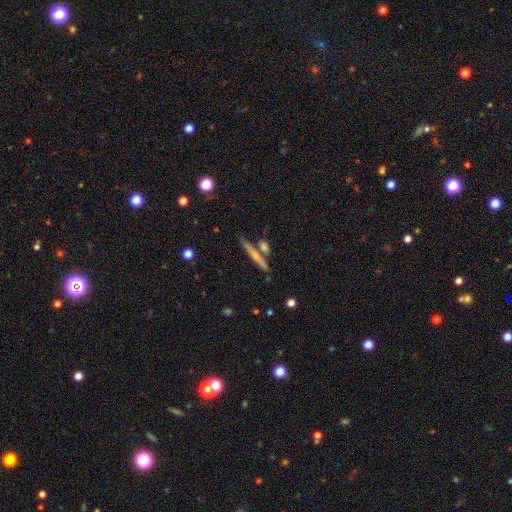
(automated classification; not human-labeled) The model was most divided on "smooth or featured": smooth: 55%, featured or disk: 39%, star or artifact: 6%. More confident: how rounded — cigar-shaped (92%); merging — none (71%).